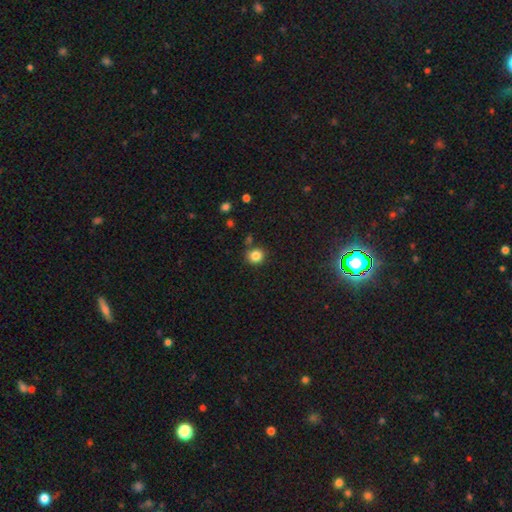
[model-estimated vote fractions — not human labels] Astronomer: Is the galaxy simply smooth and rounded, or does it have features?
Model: smooth — 84%.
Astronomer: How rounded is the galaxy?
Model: round — 86%.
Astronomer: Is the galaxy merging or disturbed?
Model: none — 81%.